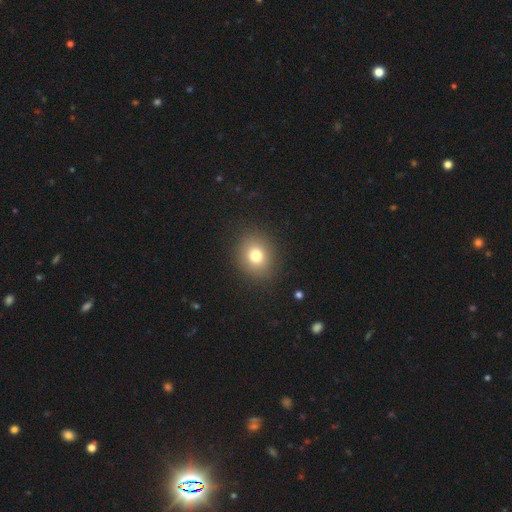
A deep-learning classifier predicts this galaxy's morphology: This appears to be a smooth galaxy with no disk features (77%) that is round (68%). Merging: none (88%).